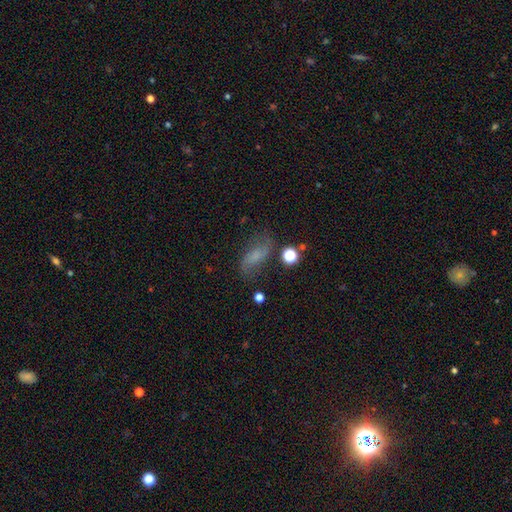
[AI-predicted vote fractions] This is marginally a featured or disk galaxy (44%). Merging: likely none (64%).